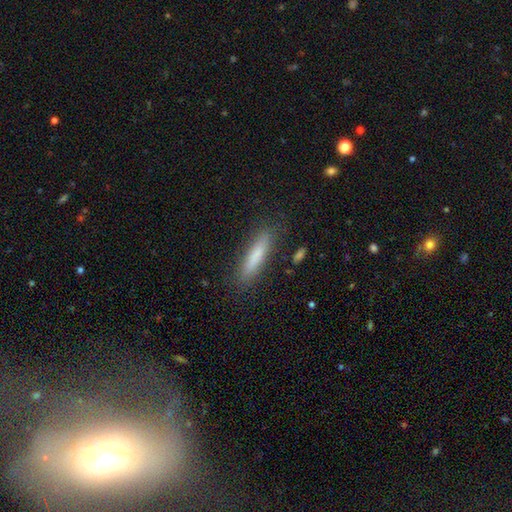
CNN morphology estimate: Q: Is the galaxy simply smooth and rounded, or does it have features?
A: smooth — 75%.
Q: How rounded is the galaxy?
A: cigar-shaped — 85%.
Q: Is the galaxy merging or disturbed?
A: none — 86%.